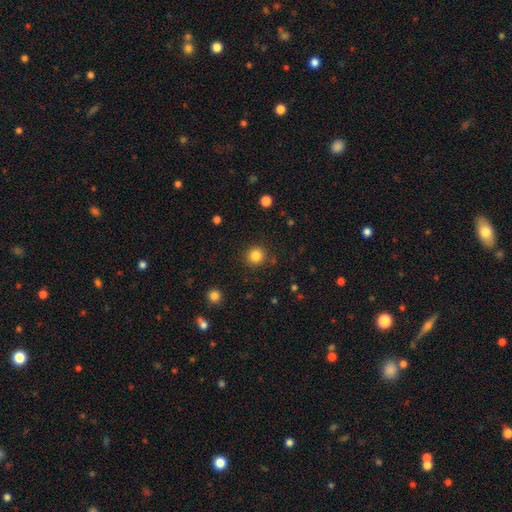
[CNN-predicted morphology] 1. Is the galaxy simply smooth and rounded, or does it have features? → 83% smooth, 12% star or artifact, 5% featured or disk.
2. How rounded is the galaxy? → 94% round, 5% in between, 1% cigar-shaped.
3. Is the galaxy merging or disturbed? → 89% none, 7% minor disturbance, 3% major disturbance, 2% merger.